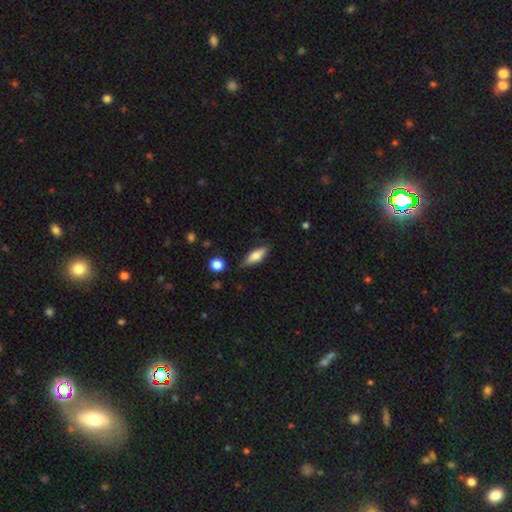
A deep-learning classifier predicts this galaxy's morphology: The model was most divided on "how rounded": in between: 59%, cigar-shaped: 39%, round: 2%. More confident: merging — none (80%); smooth or featured — smooth (70%).